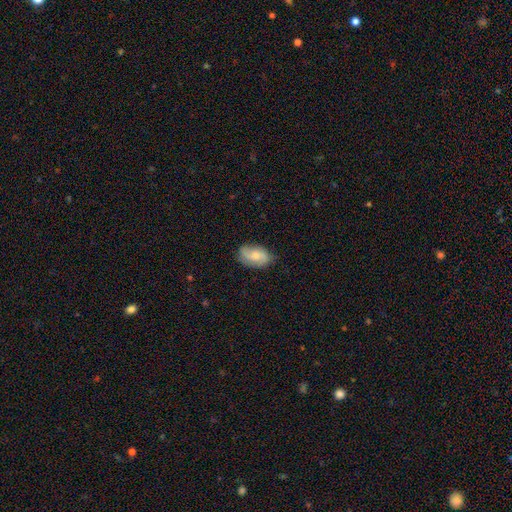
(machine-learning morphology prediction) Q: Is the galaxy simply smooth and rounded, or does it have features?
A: featured or disk — 49%.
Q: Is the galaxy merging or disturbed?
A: none — 74%.